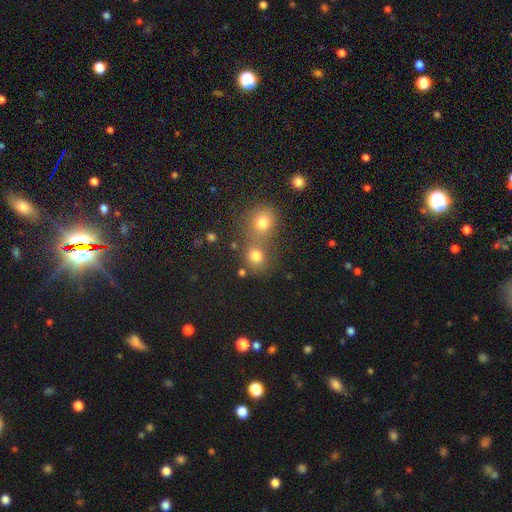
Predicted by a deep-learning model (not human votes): Morphology: type=smooth (77%); roundness=round (79%); merging=merger (48%).